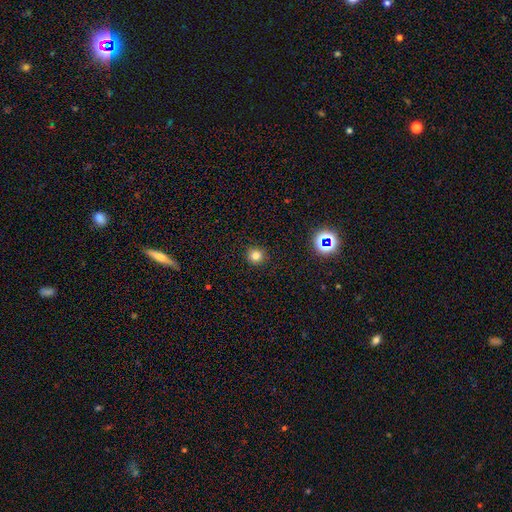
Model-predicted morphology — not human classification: A smooth galaxy with no disk features (79%) that is round (94%). Merging: none (92%).